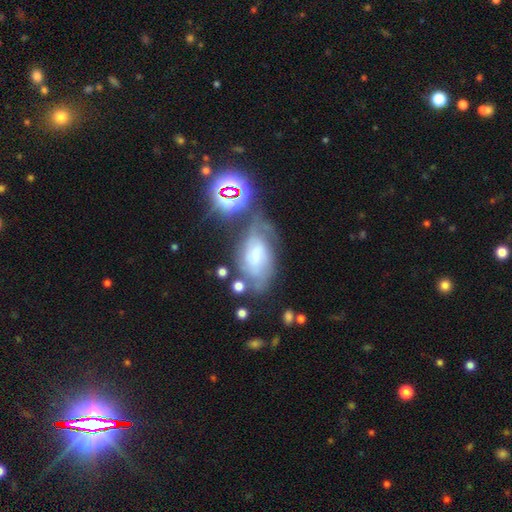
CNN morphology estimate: Q: Smooth or featured?
A: featured or disk (61%); runner-up: smooth (24%)
Q: Edge-on disk?
A: no (94%); runner-up: yes (6%)
Q: Bar?
A: no (45%); runner-up: weak (43%)
Q: Spiral arms?
A: yes (83%); runner-up: no (17%)
Q: Bulge size?
A: small (43%); runner-up: moderate (31%)
Q: Merging?
A: none (42%); runner-up: minor disturbance (24%)